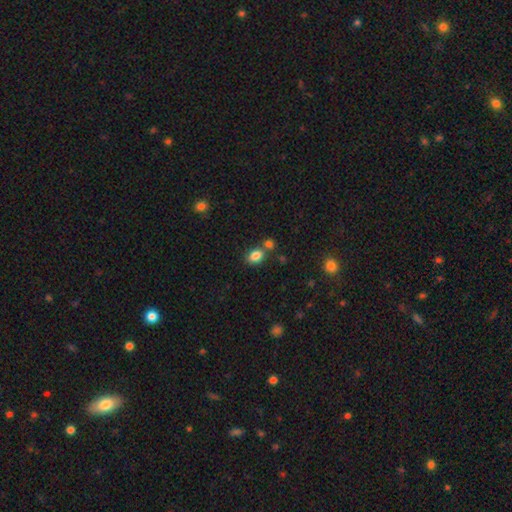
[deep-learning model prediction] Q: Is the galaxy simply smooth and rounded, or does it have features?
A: smooth — 84%.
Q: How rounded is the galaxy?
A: in between — 70%.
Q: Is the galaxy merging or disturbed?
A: none — 64%.